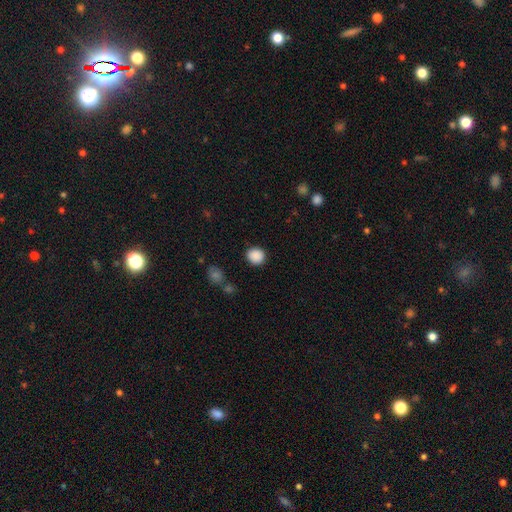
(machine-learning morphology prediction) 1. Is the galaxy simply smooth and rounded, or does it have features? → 89% smooth, 9% star or artifact, 3% featured or disk.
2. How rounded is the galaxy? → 83% round, 16% in between, 1% cigar-shaped.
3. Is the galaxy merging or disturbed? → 88% none, 8% minor disturbance, 3% major disturbance, 2% merger.